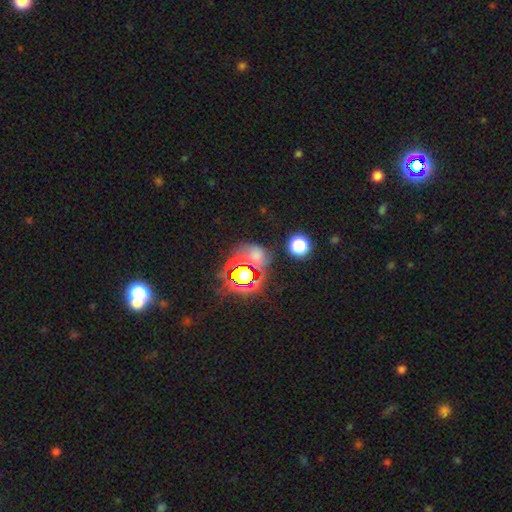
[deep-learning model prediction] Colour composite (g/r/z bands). It shows a star or artifact, not a galaxy (55%).